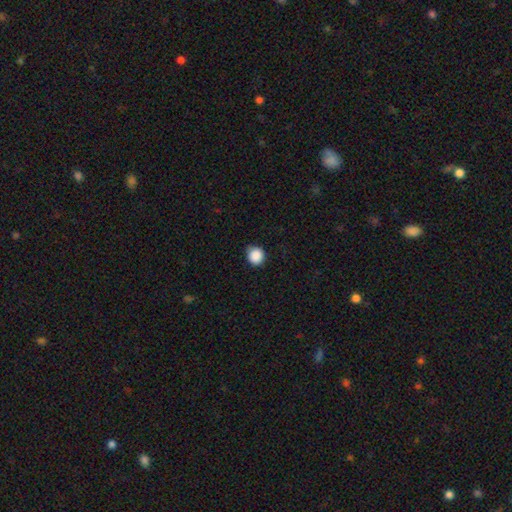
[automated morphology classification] smooth_or_featured: smooth (p=0.88) [alt: star or artifact p=0.09]
how_rounded: round (p=0.90) [alt: in between p=0.09]
merging: none (p=0.81) [alt: minor disturbance p=0.15]